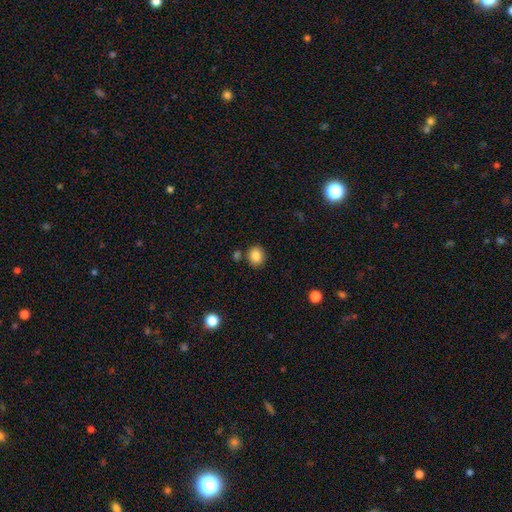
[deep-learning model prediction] The model was most divided on "how rounded": round: 69%, in between: 30%, cigar-shaped: 1%. More confident: smooth or featured — smooth (86%); merging — none (82%).